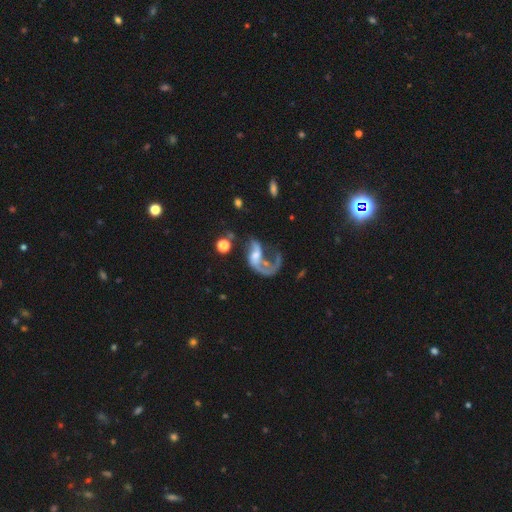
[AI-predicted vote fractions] This is likely a featured or disk galaxy (78%). It is clearly not viewed edge-on (97%). Bar: possibly no (53%). Spiral arm pattern: clearly yes (85%). Spiral arm count: possibly 1 (57%). Spiral winding: likely loose (76%). Central bulge: marginally moderate (40%). Merging: possibly major disturbance (47%).